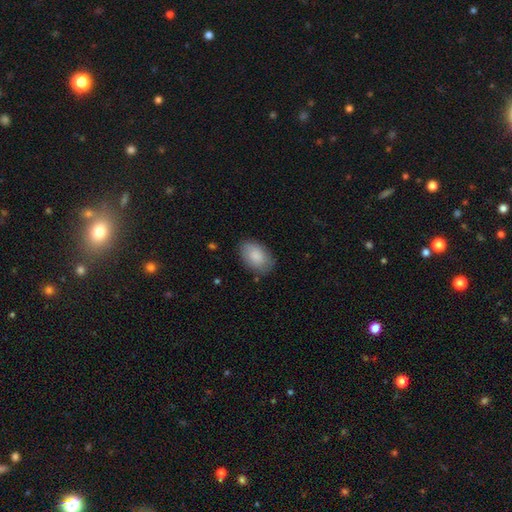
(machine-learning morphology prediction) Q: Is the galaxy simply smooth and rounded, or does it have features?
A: smooth — 86%.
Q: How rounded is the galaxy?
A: in between — 91%.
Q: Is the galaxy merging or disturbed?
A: none — 78%.